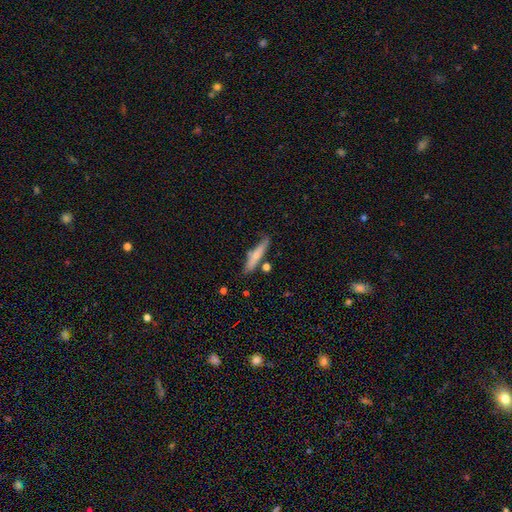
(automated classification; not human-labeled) smooth_or_featured: smooth (p=0.63) [alt: featured or disk p=0.30]
how_rounded: cigar-shaped (p=0.87) [alt: in between p=0.11]
merging: none (p=0.74) [alt: minor disturbance p=0.16]